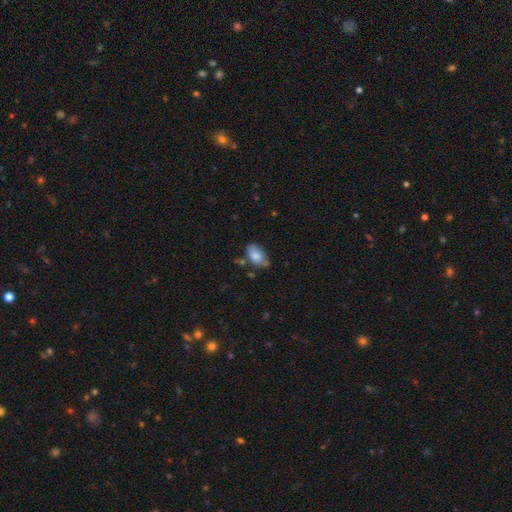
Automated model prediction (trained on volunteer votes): Smooth or featured? smooth (77%)
How rounded? in between (93%)
Merging? none (58%)